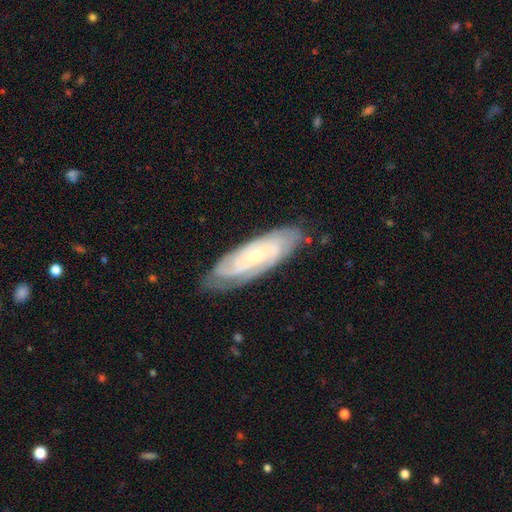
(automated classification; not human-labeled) Overall: featured or disk (82%). Edge-on disk: no (88%). Bar: no (69%). Spiral arms: yes (96%). Spiral arm count: can't tell (32%; 2 25%). Spiral winding: tight (71%). Bulge size: small (68%; moderate 29%). Merging: none (78%).